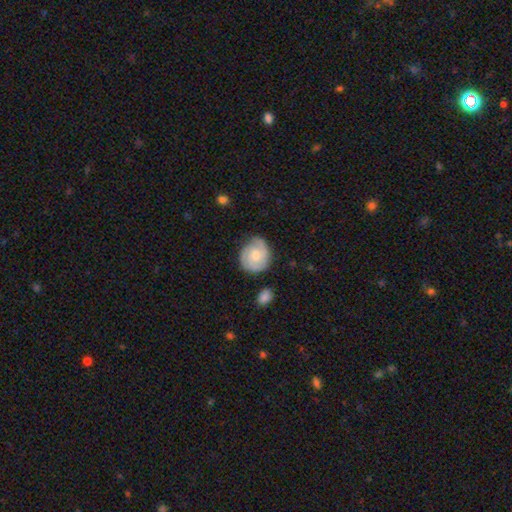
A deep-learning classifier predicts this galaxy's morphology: Q: Smooth or featured?
A: featured or disk (60%); runner-up: smooth (34%)
Q: Edge-on disk?
A: no (98%); runner-up: yes (2%)
Q: Bar?
A: no (70%); runner-up: weak (27%)
Q: Spiral arms?
A: yes (91%); runner-up: no (9%)
Q: Spiral winding?
A: tight (58%); runner-up: medium (34%)
Q: Spiral arm count?
A: 2 (48%); runner-up: can't tell (22%)
Q: Bulge size?
A: moderate (45%); runner-up: small (44%)
Q: Merging?
A: none (72%); runner-up: minor disturbance (20%)